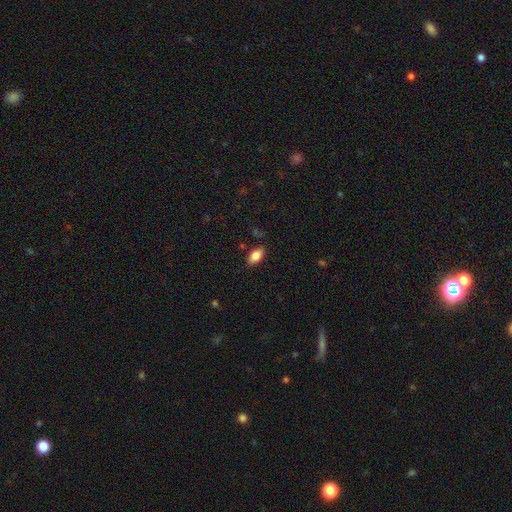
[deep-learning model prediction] The model was most divided on "merging": none: 84%, minor disturbance: 12%, major disturbance: 3%, merger: 1%. More confident: how rounded — in between (91%); smooth or featured — smooth (85%).